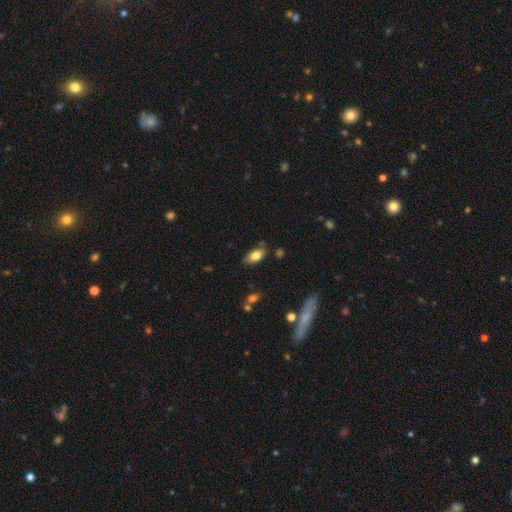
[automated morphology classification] Smooth or featured: smooth — 76% (featured or disk — 16%)
How rounded: in between — 90% (cigar-shaped — 5%)
Merging: none — 69% (minor disturbance — 23%)